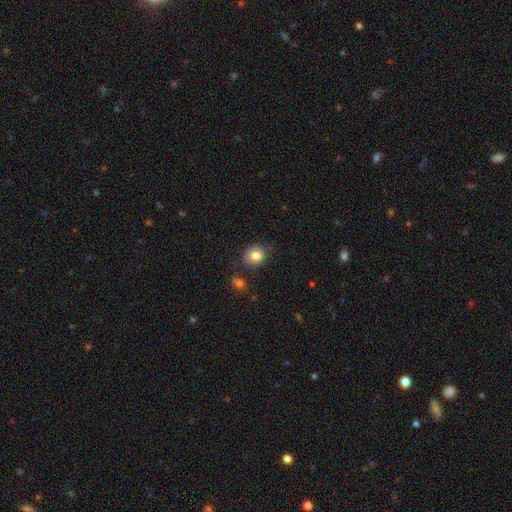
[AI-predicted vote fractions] smooth-or-featured: smooth: 80% | featured or disk: 10% | star or artifact: 10%
  how-rounded: round: 66% | in between: 34% | cigar-shaped: 1%
  merging: none: 78% | minor disturbance: 15% | merger: 4% | major disturbance: 3%